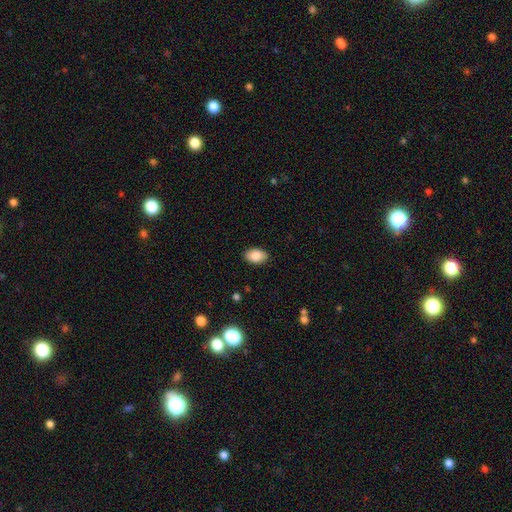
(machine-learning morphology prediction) Smooth or featured: smooth — 87% (star or artifact — 8%)
How rounded: in between — 88% (round — 10%)
Merging: none — 88% (minor disturbance — 9%)